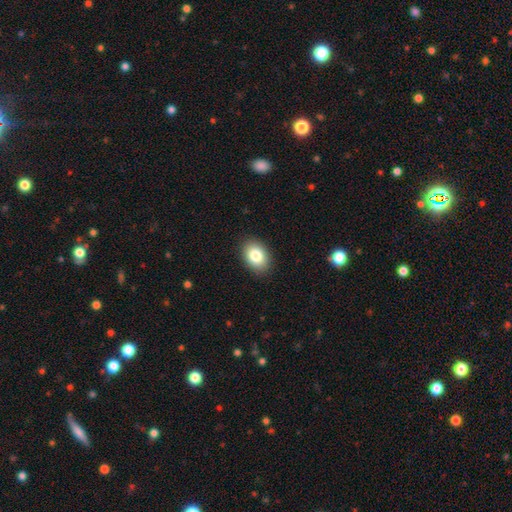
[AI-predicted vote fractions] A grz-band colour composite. It shows a smooth galaxy with no disk features (84%) that is in between round and cigar-shaped (78%). Merging: none (89%).